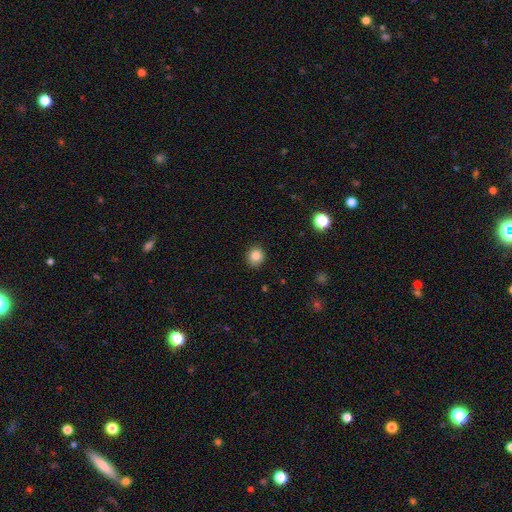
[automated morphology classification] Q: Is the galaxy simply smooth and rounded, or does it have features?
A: smooth — 84%.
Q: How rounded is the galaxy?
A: round — 86%.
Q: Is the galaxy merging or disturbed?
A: none — 89%.